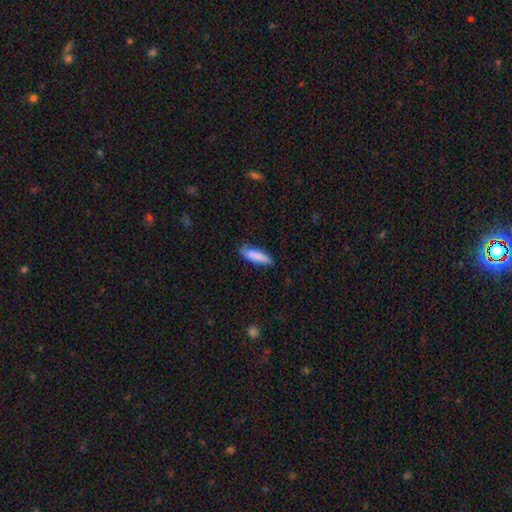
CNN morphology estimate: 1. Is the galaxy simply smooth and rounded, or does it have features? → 84% smooth, 10% featured or disk, 6% star or artifact.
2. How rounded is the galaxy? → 61% cigar-shaped, 37% in between, 2% round.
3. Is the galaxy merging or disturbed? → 74% none, 21% minor disturbance, 4% major disturbance, 1% merger.